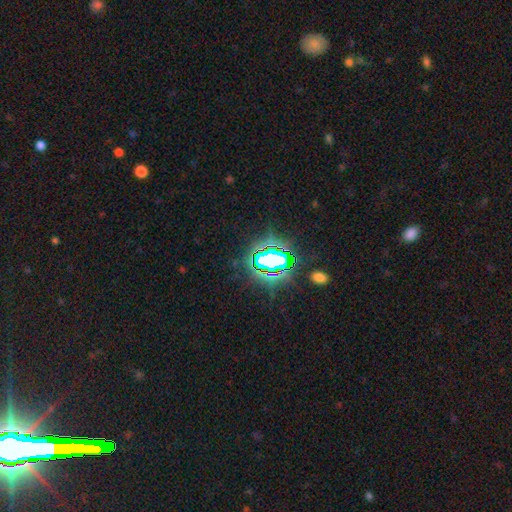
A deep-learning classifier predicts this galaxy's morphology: type=star or artifact (81%).